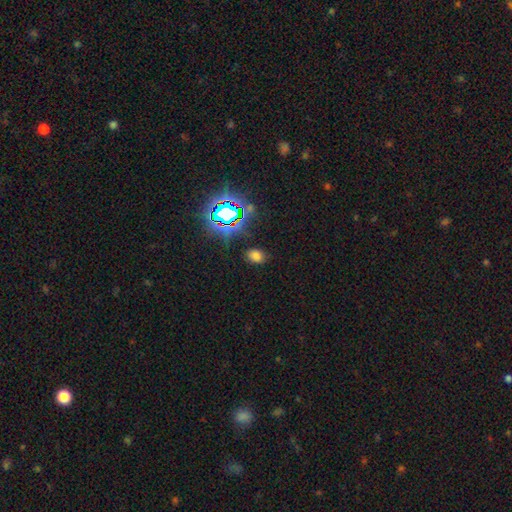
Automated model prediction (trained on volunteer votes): Q: Smooth or featured?
A: smooth (64%); runner-up: star or artifact (29%)
Q: How rounded?
A: in between (68%); runner-up: round (31%)
Q: Merging?
A: none (83%); runner-up: minor disturbance (11%)